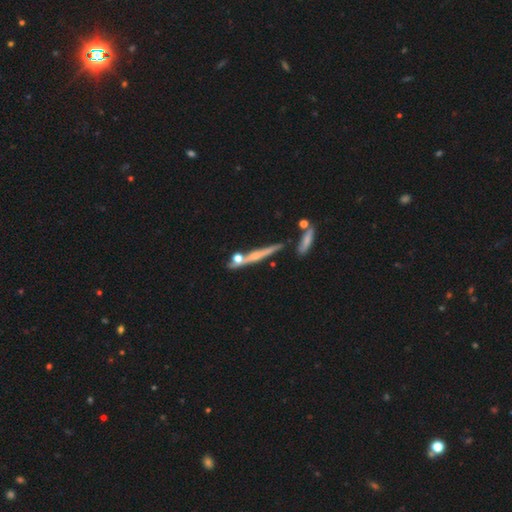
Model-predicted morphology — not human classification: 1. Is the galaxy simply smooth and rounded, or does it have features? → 56% featured or disk, 34% smooth, 10% star or artifact.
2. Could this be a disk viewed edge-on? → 91% yes, 9% no.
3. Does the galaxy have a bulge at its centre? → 48% rounded, 42% none, 9% boxy.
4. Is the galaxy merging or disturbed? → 66% none, 16% merger, 13% minor disturbance, 5% major disturbance.